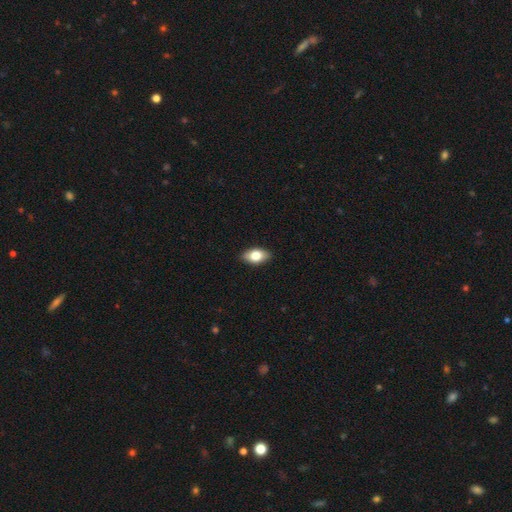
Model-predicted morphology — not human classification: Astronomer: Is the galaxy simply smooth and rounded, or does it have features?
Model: smooth — 76%.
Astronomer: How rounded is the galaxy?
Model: in between — 90%.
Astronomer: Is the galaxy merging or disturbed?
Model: none — 89%.